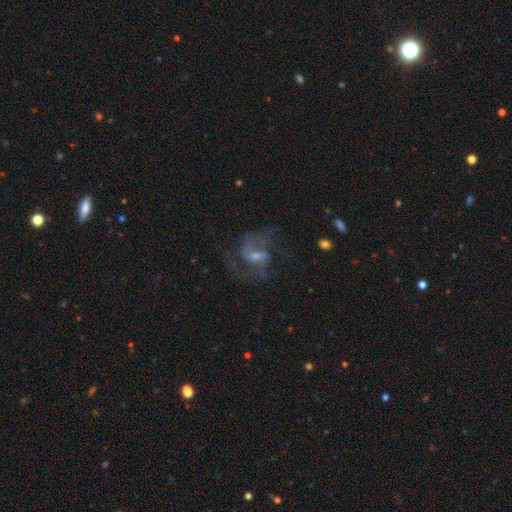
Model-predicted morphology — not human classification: The model was most divided on "spiral winding": medium: 50%, loose: 37%, tight: 13%. Remaining: edge-on disk — no (97%); spiral arms — yes (92%); smooth or featured — featured or disk (79%); spiral arm count — 2 (76%); merging — none (61%); bar — weak (55%); bulge size — small (49%).